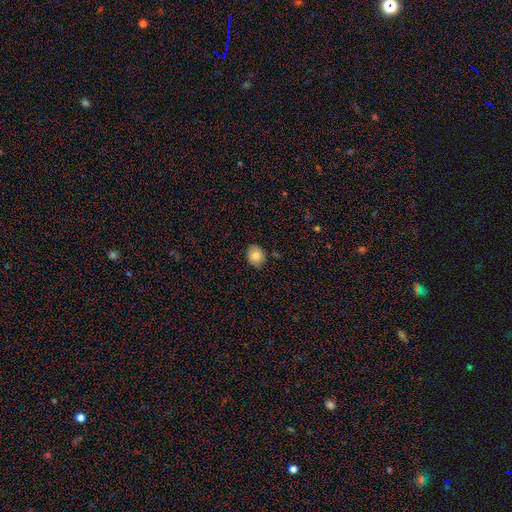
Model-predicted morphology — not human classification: Smooth or featured? Predicted: smooth (p=0.81). How rounded? Predicted: round (p=0.59). Merging? Predicted: none (p=0.83).